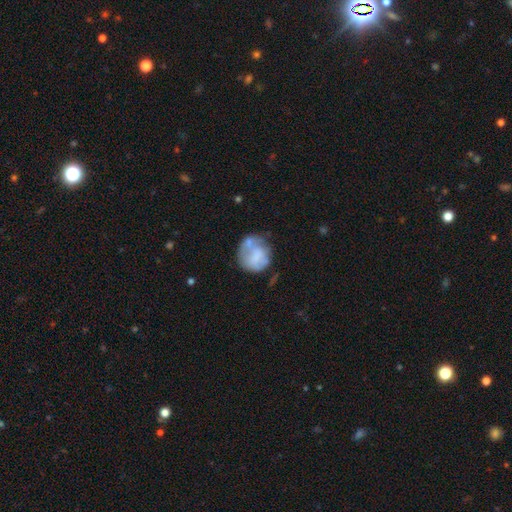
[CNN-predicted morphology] Smooth or featured? Predicted: smooth (p=0.57). How rounded? Predicted: round (p=0.82). Merging? Predicted: none (p=0.44).